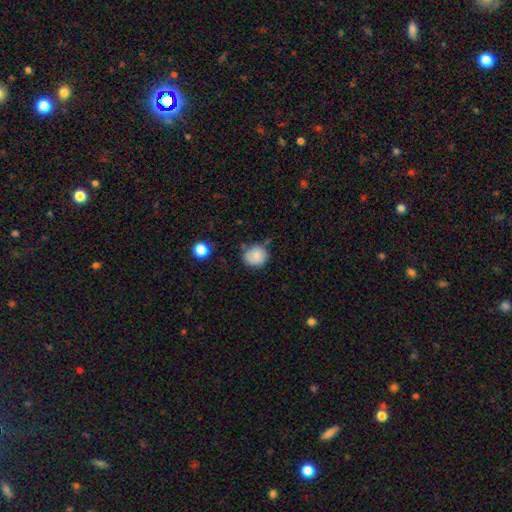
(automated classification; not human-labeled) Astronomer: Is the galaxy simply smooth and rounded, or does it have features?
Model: smooth — 84%.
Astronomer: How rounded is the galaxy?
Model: round — 81%.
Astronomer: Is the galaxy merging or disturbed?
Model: none — 69%.